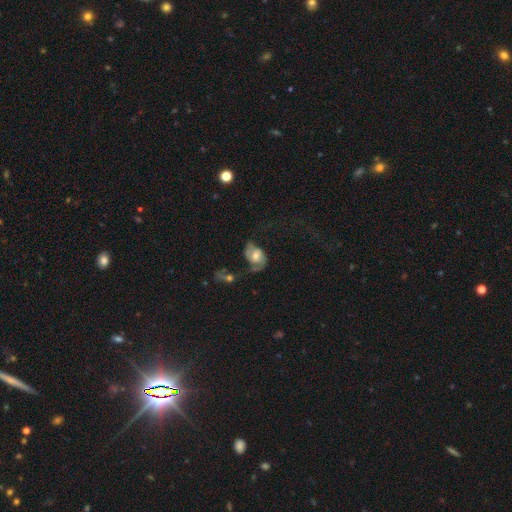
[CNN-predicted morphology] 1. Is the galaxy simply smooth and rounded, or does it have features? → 60% featured or disk, 31% smooth, 8% star or artifact.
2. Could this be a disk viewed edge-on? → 96% no, 4% yes.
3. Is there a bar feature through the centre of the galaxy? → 72% no, 22% weak, 5% strong.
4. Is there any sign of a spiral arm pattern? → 77% yes, 23% no.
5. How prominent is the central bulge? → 65% moderate, 21% small, 10% large, 2% none, 2% dominant.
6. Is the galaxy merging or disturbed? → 36% major disturbance, 31% none, 20% minor disturbance, 13% merger.